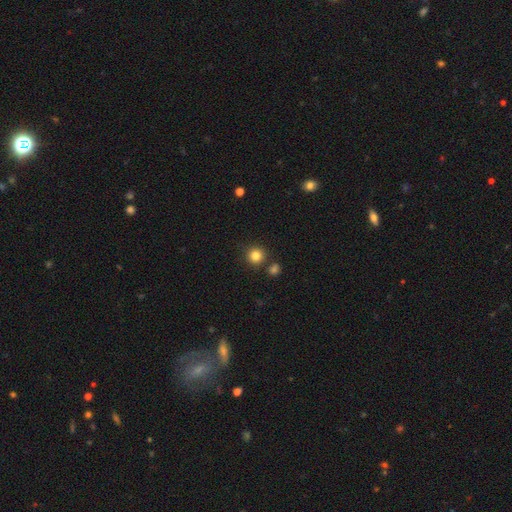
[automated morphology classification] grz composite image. It shows a smooth galaxy with no disk features (82%) that is round (94%). Merging: none (84%).